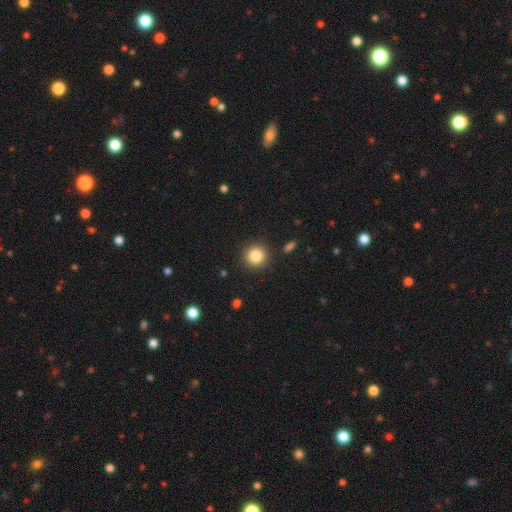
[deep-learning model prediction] smooth_or_featured: smooth (p=0.84) [alt: star or artifact p=0.10]
how_rounded: round (p=0.93) [alt: in between p=0.06]
merging: none (p=0.90) [alt: minor disturbance p=0.06]